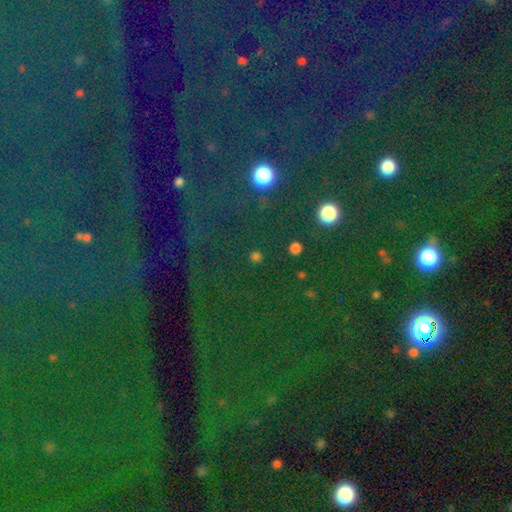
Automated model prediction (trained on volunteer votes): star or artifact 67%, smooth 25%, featured or disk 8%.